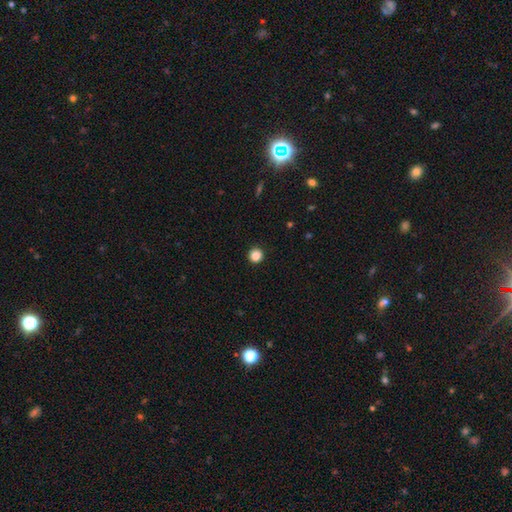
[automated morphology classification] The model was most divided on "smooth or featured": smooth: 86%, star or artifact: 11%, featured or disk: 3%. More confident: how rounded — round (95%); merging — none (93%).